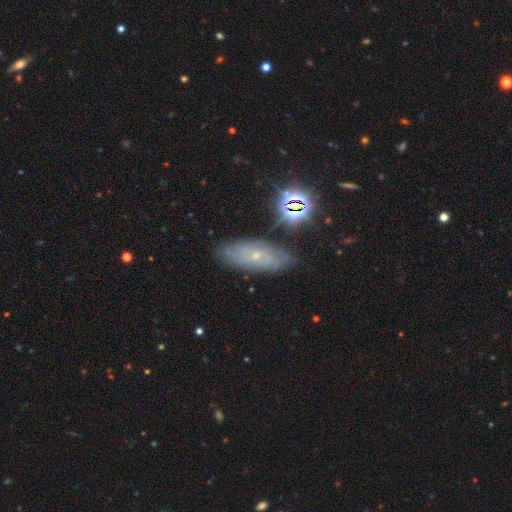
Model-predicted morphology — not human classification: featured or disk 58%, smooth 26%, star or artifact 17%. Down the decision tree: edge-on disk — no (86%); merging — none (77%).